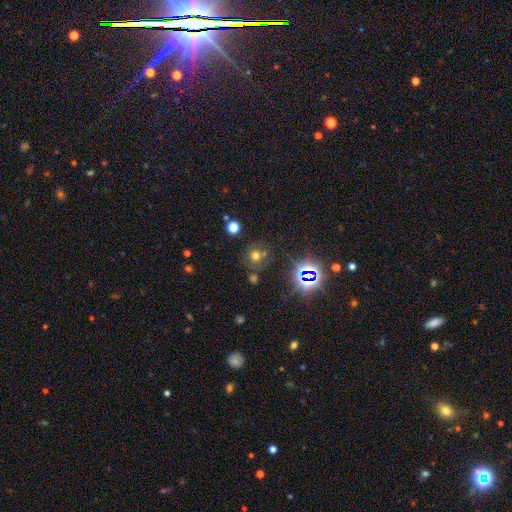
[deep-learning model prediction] The model was most divided on "smooth or featured": smooth: 55%, star or artifact: 34%, featured or disk: 11%. More confident: how rounded — round (87%); merging — none (70%).